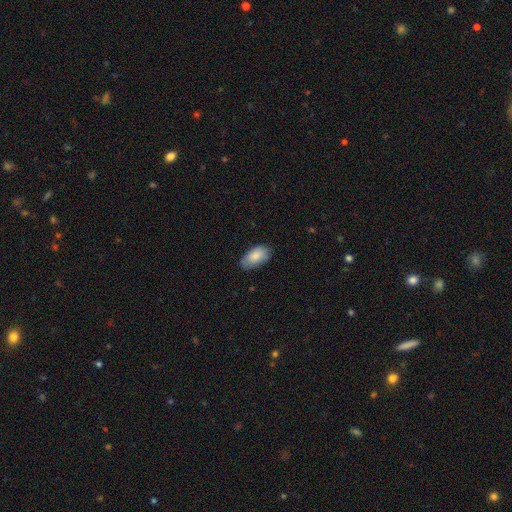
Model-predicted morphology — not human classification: smooth 84%, featured or disk 9%, star or artifact 6%. Down the decision tree: how rounded — in between (95%); merging — none (77%).